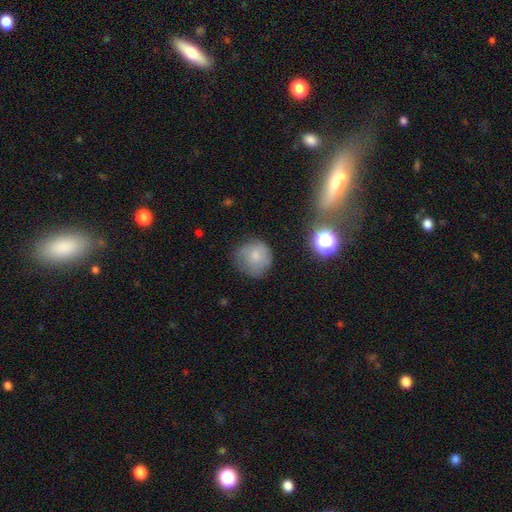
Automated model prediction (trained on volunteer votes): Smooth or featured? smooth (73%)
How rounded? round (91%)
Merging? none (66%)